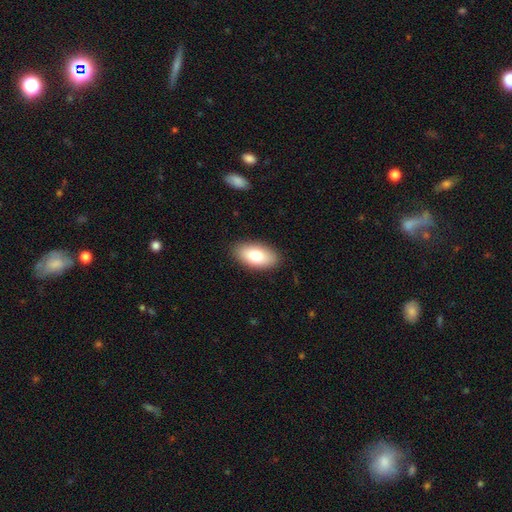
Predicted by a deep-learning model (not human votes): This appears to be a smooth galaxy with no disk features (78%) that is in between round and cigar-shaped (93%). Merging: none (88%).